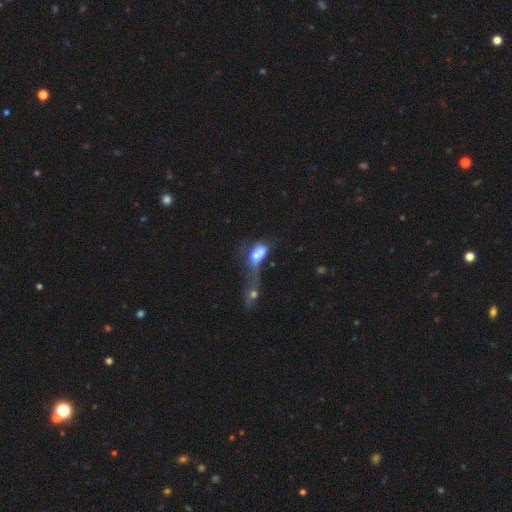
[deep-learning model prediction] The model was most divided on "how rounded": in between: 57%, round: 37%, cigar-shaped: 6%. More confident: merging — merger (77%); smooth or featured — smooth (57%).